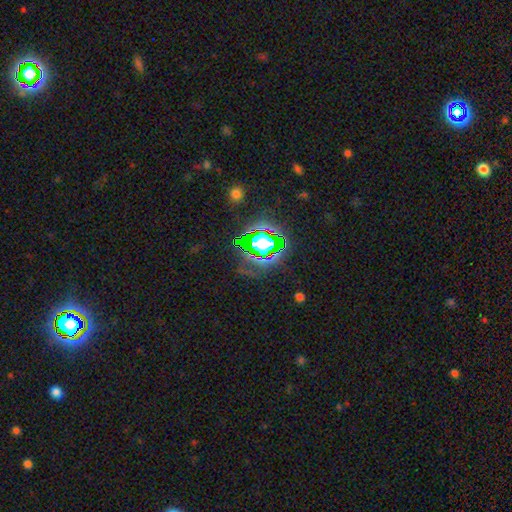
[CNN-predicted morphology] Smooth or featured: star or artifact — 80% (smooth — 12%)